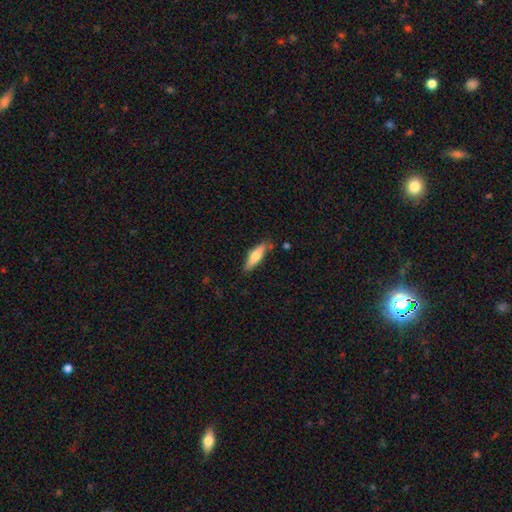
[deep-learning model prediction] This appears to be a smooth galaxy with no disk features (63%) that is cigar-shaped (66%). Merging: none (78%).